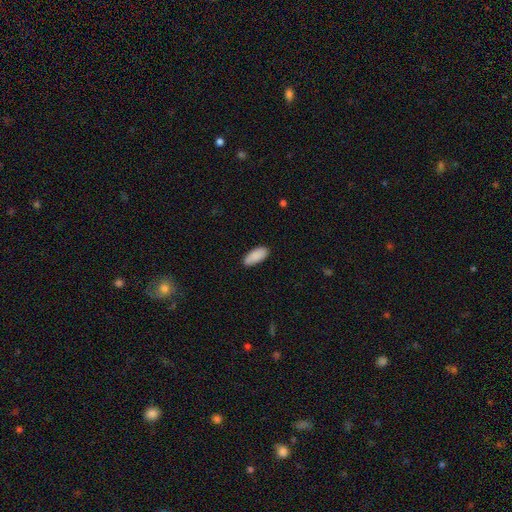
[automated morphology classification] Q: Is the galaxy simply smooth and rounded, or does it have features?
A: smooth — 89%.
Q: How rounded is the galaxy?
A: in between — 87%.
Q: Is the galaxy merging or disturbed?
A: none — 80%.